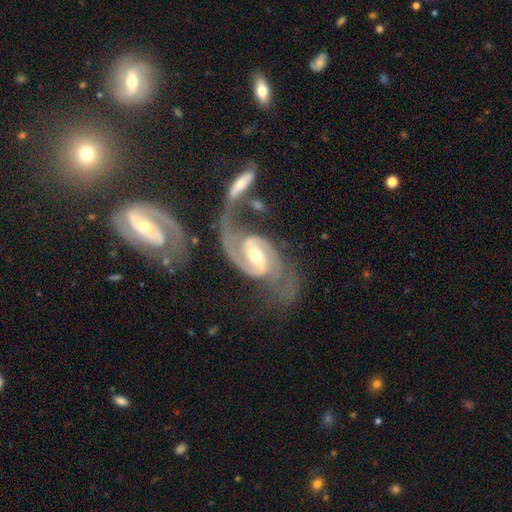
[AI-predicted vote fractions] Overall: featured or disk (91%). Edge-on disk: no (97%). Bar: weak (43%; strong 36%). Spiral arms: yes (97%). Spiral arm count: 2 (89%). Spiral winding: medium (54%; tight 24%). Bulge size: moderate (60%; small 34%). Merging: merger (40%; none 30%).